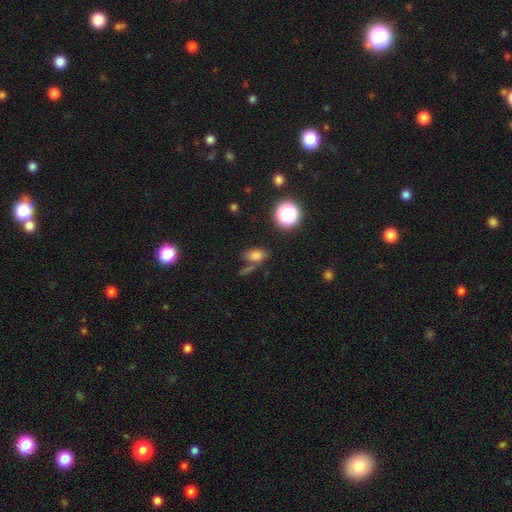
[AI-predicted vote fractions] Overall: smooth (75%). How rounded: in between (77%). Merging: none (56%; merger 18%).